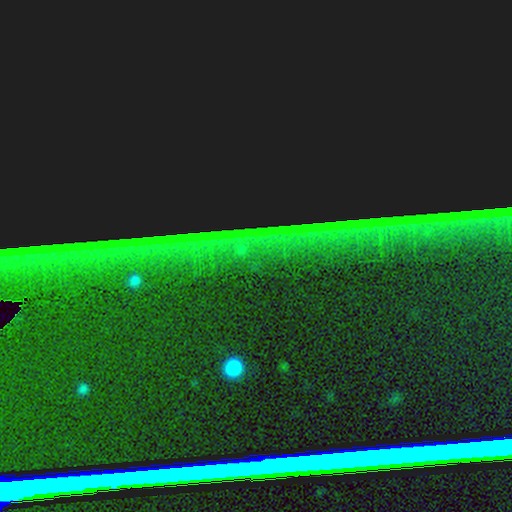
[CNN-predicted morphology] type=star or artifact (86%).